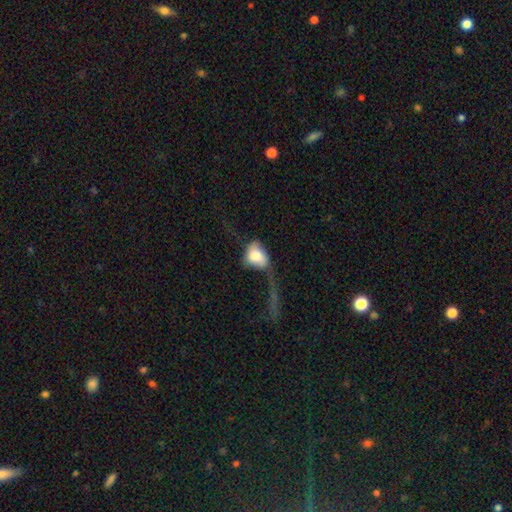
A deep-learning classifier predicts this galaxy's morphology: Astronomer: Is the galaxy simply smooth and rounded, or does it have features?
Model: smooth — 68%.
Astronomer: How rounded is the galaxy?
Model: in between — 69%.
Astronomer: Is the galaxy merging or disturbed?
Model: major disturbance — 50%.